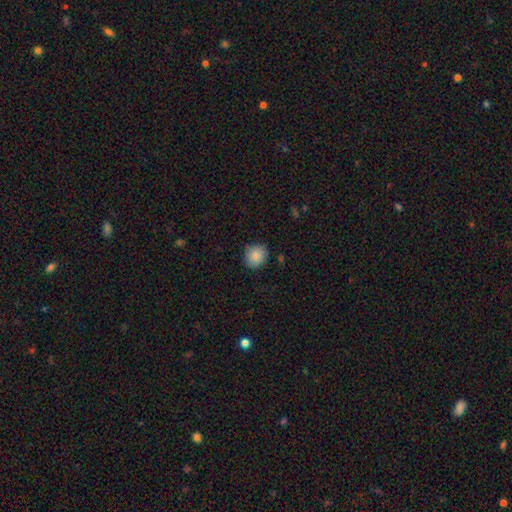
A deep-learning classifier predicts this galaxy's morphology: A smooth galaxy with no disk features (87%) that is round (81%).

Vote fractions:
- Smooth or featured? smooth: 87% / star or artifact: 8% / featured or disk: 5%
- How rounded? round: 81% / in between: 18% / cigar-shaped: 1%
- Merging? none: 84% / minor disturbance: 13% / major disturbance: 2% / merger: 1%